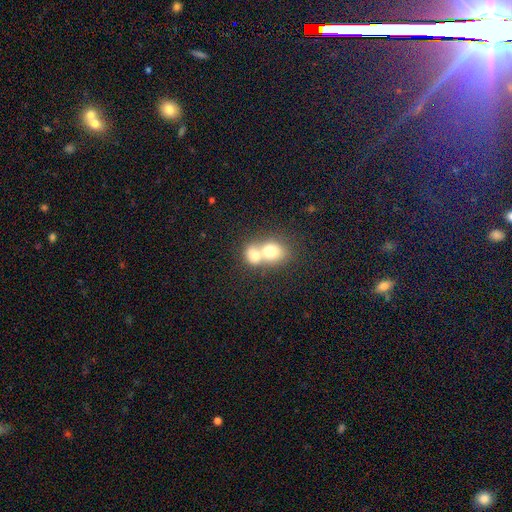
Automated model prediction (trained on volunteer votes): smooth_or_featured: smooth (p=0.70) [alt: featured or disk p=0.21]
how_rounded: round (p=0.54) [alt: in between p=0.45]
merging: merger (p=0.76) [alt: none p=0.16]